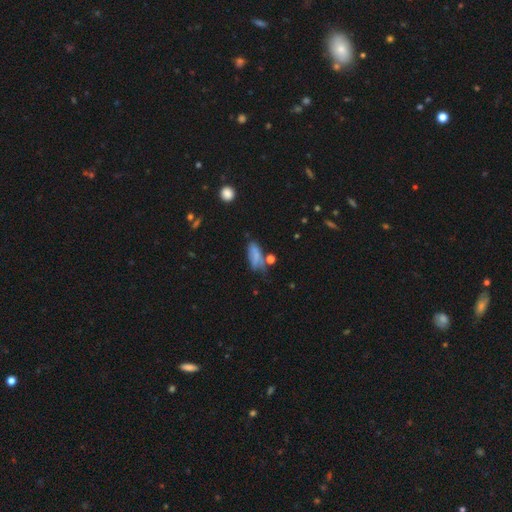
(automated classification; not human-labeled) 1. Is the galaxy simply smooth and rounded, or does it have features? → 69% smooth, 19% featured or disk, 13% star or artifact.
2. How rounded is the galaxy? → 76% in between, 20% cigar-shaped, 4% round.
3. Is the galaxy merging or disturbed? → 46% none, 28% minor disturbance, 14% major disturbance, 12% merger.